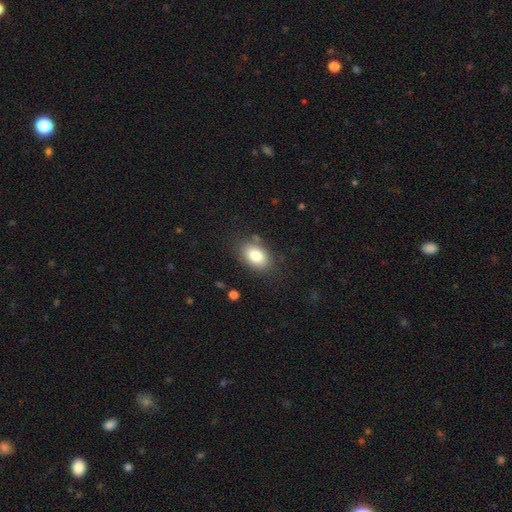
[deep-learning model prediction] This appears to be a smooth galaxy with no disk features (81%) that is in between round and cigar-shaped (82%). Merging: none (80%).